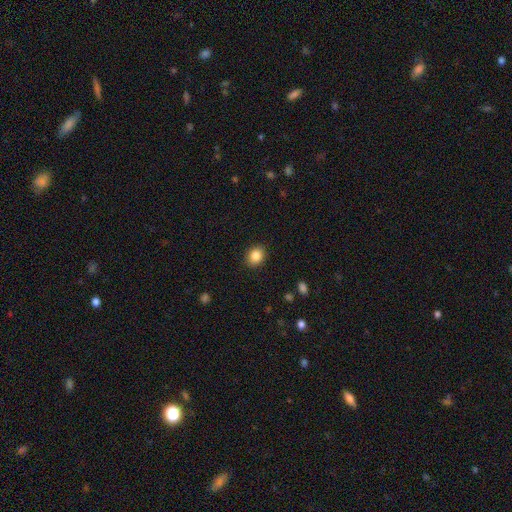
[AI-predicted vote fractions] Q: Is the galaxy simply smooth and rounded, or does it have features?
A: smooth — 86%.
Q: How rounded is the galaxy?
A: round — 52%.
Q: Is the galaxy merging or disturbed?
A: none — 89%.